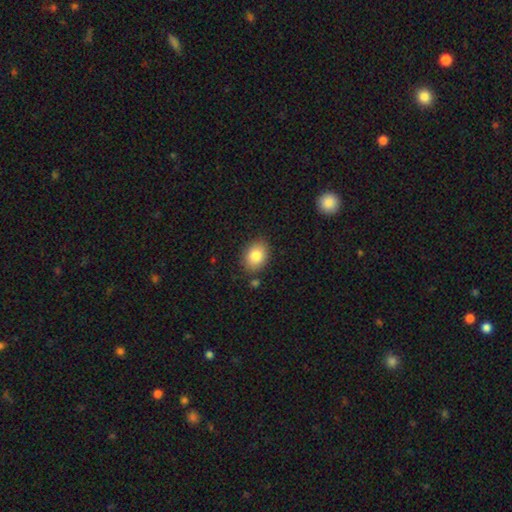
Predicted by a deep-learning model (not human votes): Overall: smooth (84%). How rounded: in between (67%; round 32%). Merging: none (84%).